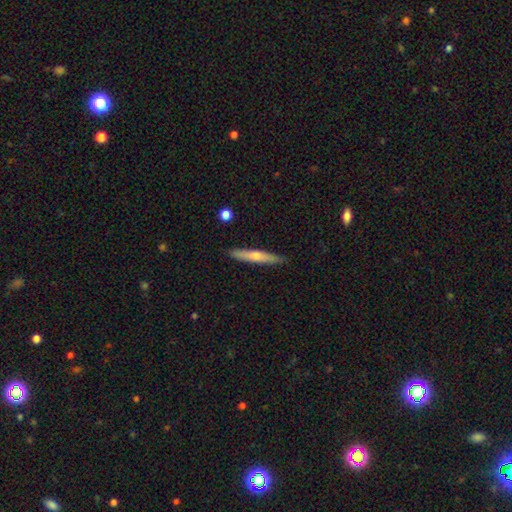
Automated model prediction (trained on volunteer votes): The model was most divided on "smooth or featured": featured or disk: 57%, smooth: 36%, star or artifact: 7%. More confident: edge-on disk — yes (96%); merging — none (90%); edge-on bulge — rounded (77%).